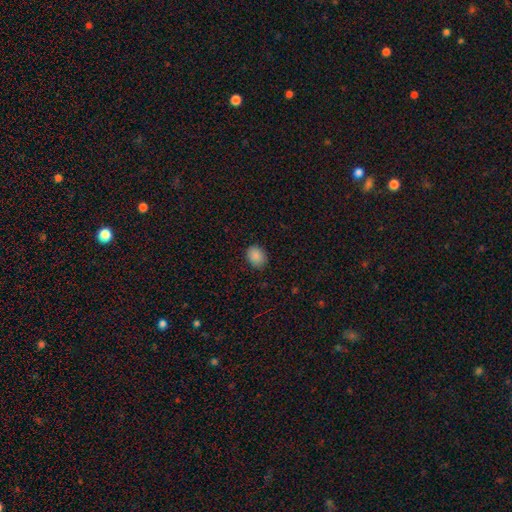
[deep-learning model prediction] smooth_or_featured: smooth (p=0.88) [alt: star or artifact p=0.09]
how_rounded: in between (p=0.56) [alt: round p=0.44]
merging: none (p=0.85) [alt: minor disturbance p=0.11]